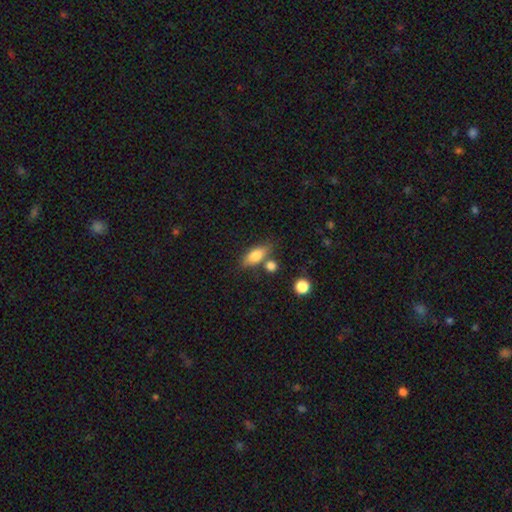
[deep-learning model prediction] A smooth galaxy with no disk features (78%) that is in between round and cigar-shaped (79%). Merging: none (66%).